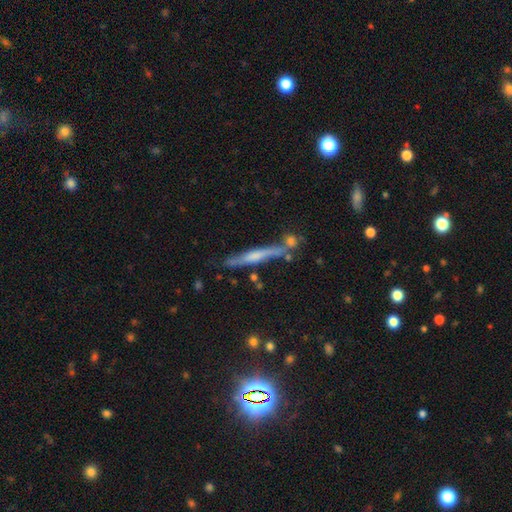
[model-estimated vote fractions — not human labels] smooth_or_featured: featured or disk (p=0.60) [alt: smooth p=0.31]
disk_edge_on: yes (p=0.94) [alt: no p=0.06]
edge_on_bulge: rounded (p=0.48) [alt: none p=0.36]
merging: none (p=0.72) [alt: minor disturbance p=0.15]